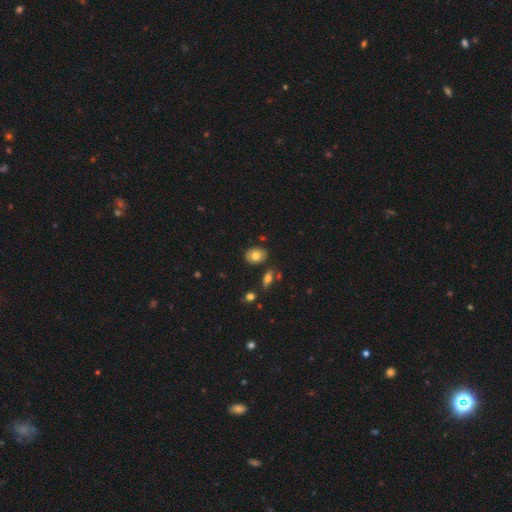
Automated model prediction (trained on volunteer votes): This is likely a smooth galaxy (75%). How rounded: likely in between (71%). Merging: clearly none (82%).